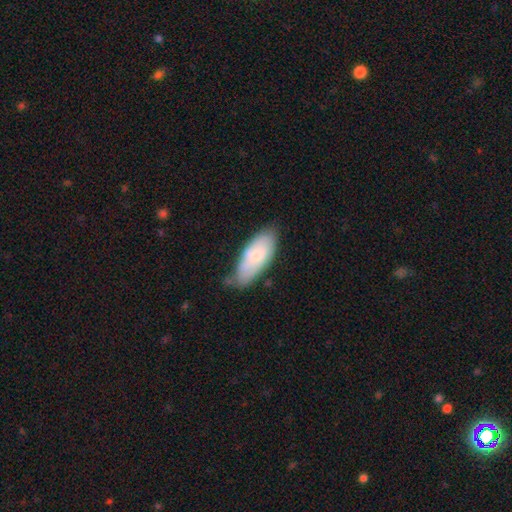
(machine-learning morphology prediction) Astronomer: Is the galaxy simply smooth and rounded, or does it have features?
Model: smooth — 69%.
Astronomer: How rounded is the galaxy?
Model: in between — 82%.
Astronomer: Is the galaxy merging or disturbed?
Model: none — 58%.